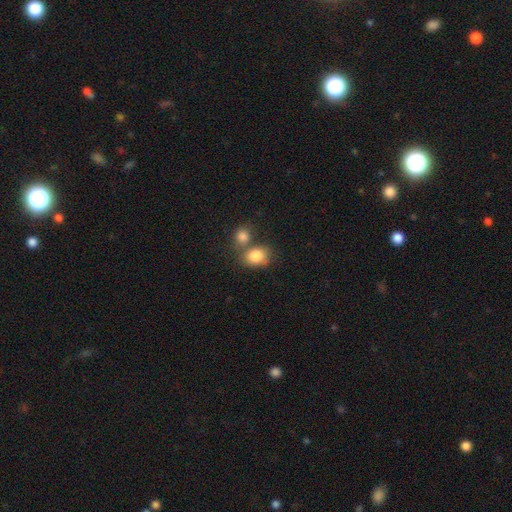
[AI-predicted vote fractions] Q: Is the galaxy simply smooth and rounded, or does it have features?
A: smooth — 85%.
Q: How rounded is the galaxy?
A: in between — 51%.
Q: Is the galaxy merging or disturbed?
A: none — 43%.